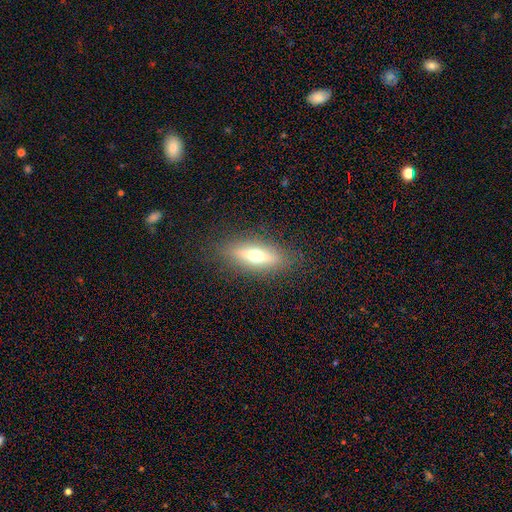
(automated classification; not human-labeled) featured or disk 48%, smooth 44%, star or artifact 8%. Down the decision tree: merging — none (86%).